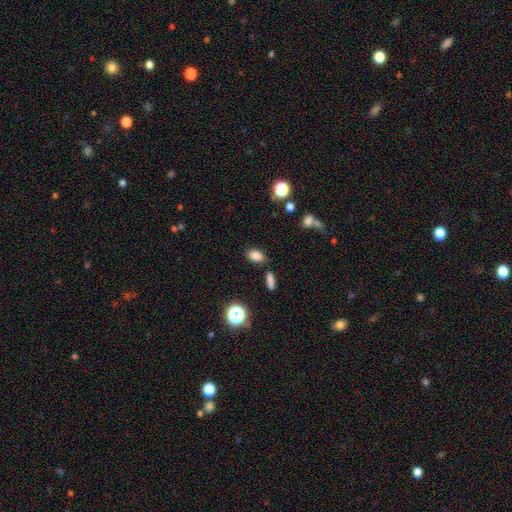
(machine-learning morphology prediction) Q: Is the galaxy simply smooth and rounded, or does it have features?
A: smooth — 82%.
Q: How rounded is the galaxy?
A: in between — 84%.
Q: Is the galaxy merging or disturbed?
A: none — 80%.